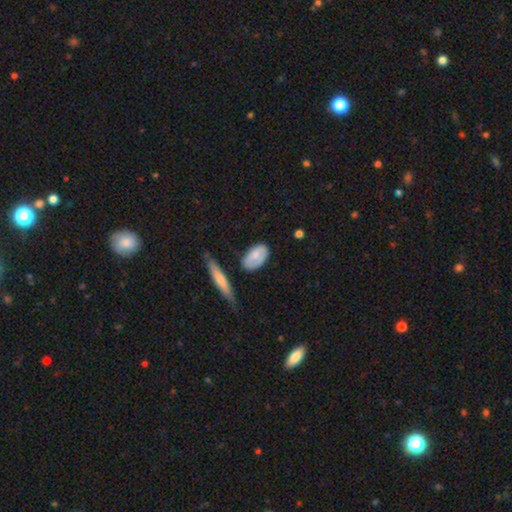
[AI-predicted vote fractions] A smooth galaxy with no disk features (70%) that is in between round and cigar-shaped (90%). Merging: none (61%).